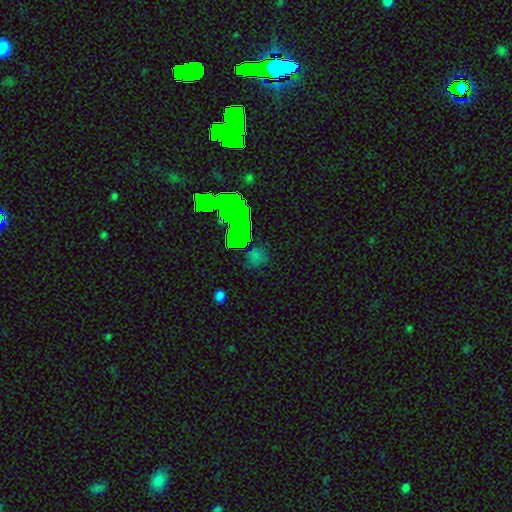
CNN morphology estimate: This is marginally a star or artifact rather than a galaxy (44%).